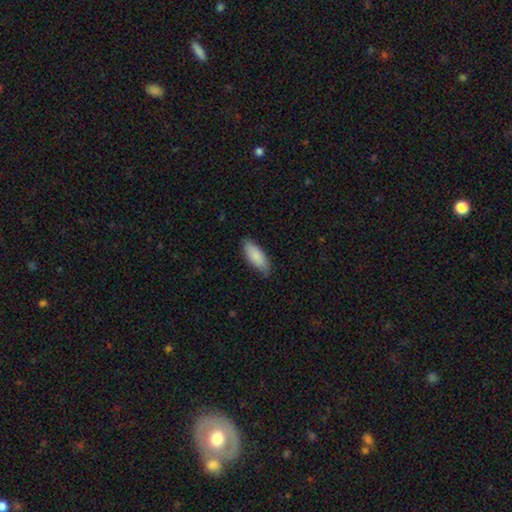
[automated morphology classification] Smooth or featured: smooth — 85% (featured or disk — 10%)
How rounded: in between — 80% (cigar-shaped — 18%)
Merging: none — 76% (minor disturbance — 20%)